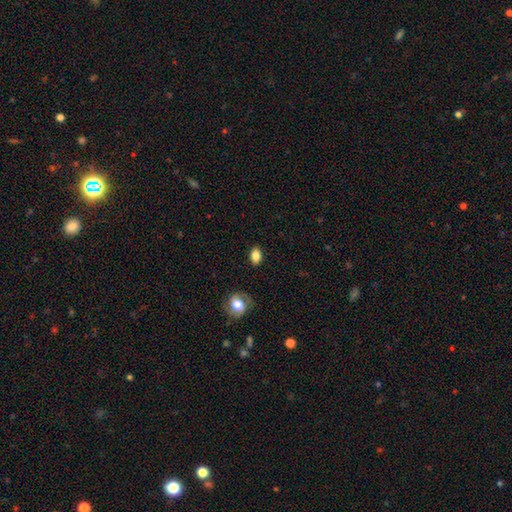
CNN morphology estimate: Overall: smooth (80%). How rounded: in between (85%). Merging: none (86%).